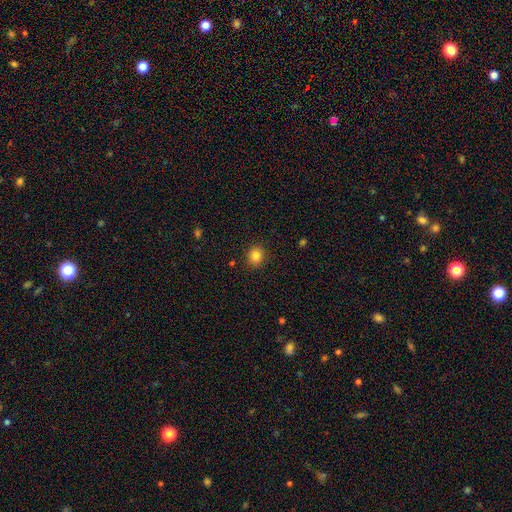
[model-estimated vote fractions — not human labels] Q: Smooth or featured?
A: smooth (83%); runner-up: star or artifact (11%)
Q: How rounded?
A: round (72%); runner-up: in between (27%)
Q: Merging?
A: none (89%); runner-up: minor disturbance (7%)